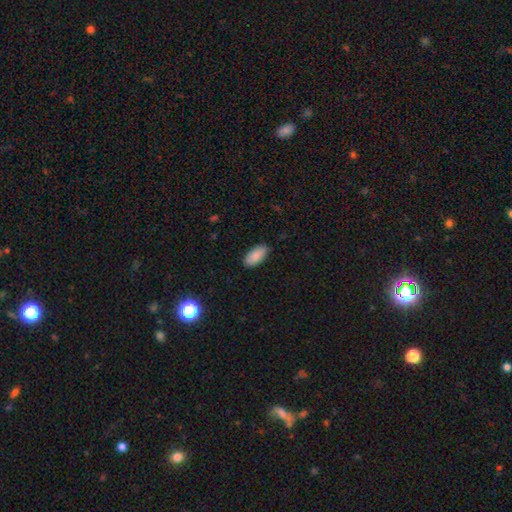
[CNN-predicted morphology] Smooth or featured: smooth — 89% (star or artifact — 7%)
How rounded: in between — 92% (cigar-shaped — 6%)
Merging: none — 86% (minor disturbance — 11%)